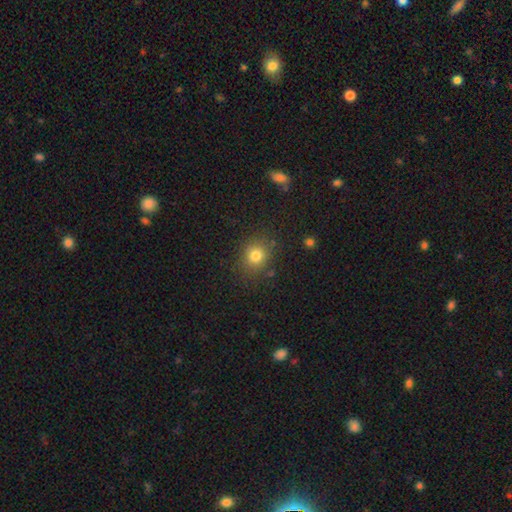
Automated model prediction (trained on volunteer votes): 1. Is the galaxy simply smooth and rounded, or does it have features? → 79% smooth, 14% star or artifact, 7% featured or disk.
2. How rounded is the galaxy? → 76% round, 23% in between, 1% cigar-shaped.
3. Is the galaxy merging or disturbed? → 83% none, 11% minor disturbance, 4% major disturbance, 2% merger.